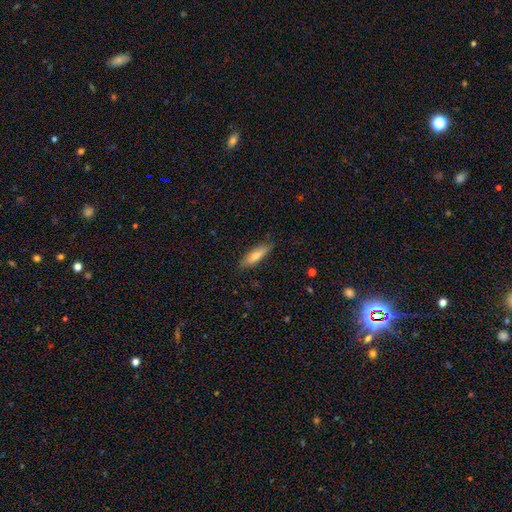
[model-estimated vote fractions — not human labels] Overall: smooth (68%). How rounded: cigar-shaped (71%). Merging: none (85%).